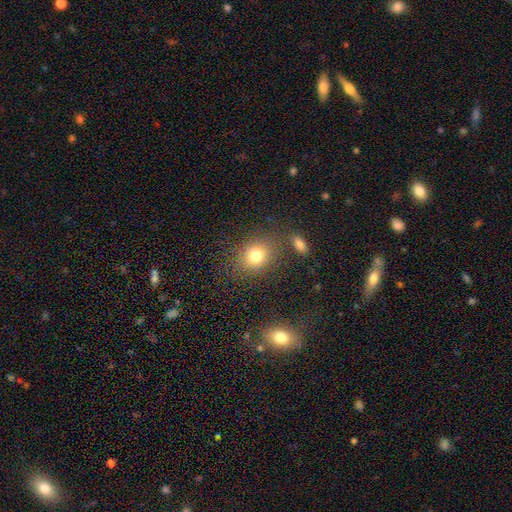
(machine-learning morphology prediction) Overall: smooth (78%). How rounded: round (56%; in between 43%). Merging: none (77%).